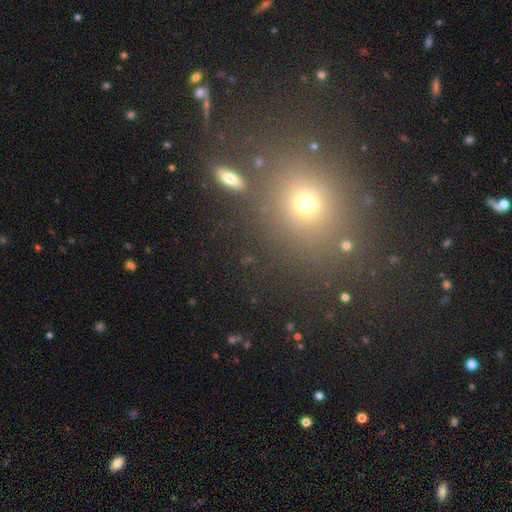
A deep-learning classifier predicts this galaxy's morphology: type=smooth (50%); roundness=round (72%); merging=none (81%).